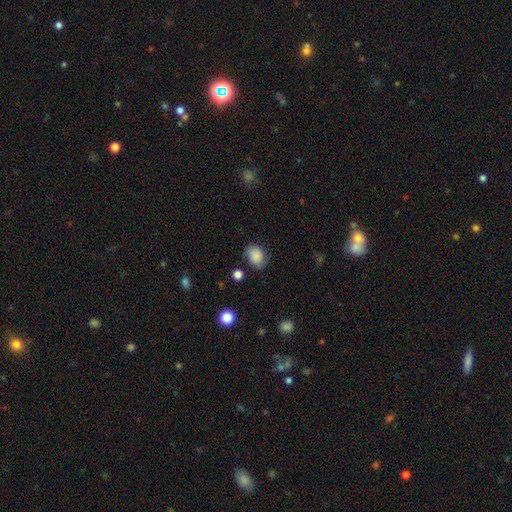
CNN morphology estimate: Smooth or featured?
  - smooth: 86% *
  - star or artifact: 9%
  - featured or disk: 5%
How rounded?
  - in between: 67% *
  - round: 32%
  - cigar-shaped: 1%
Merging?
  - none: 76% *
  - minor disturbance: 18%
  - major disturbance: 4%
  - merger: 2%